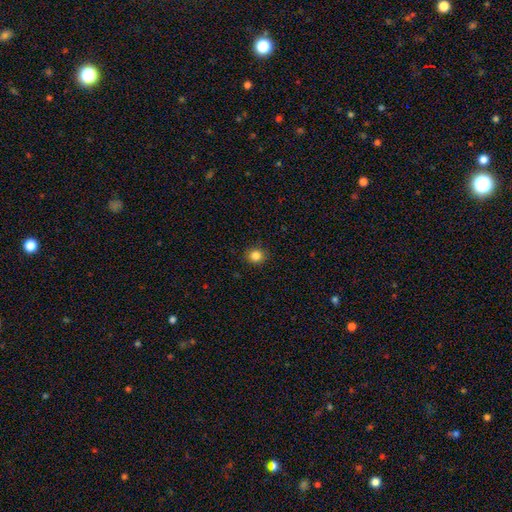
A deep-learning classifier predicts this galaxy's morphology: A smooth galaxy with no disk features (84%) that is round (86%).

Vote fractions:
- Smooth or featured? smooth: 84% / star or artifact: 11% / featured or disk: 4%
- How rounded? round: 86% / in between: 13% / cigar-shaped: 1%
- Merging? none: 90% / minor disturbance: 7% / major disturbance: 2% / merger: 1%